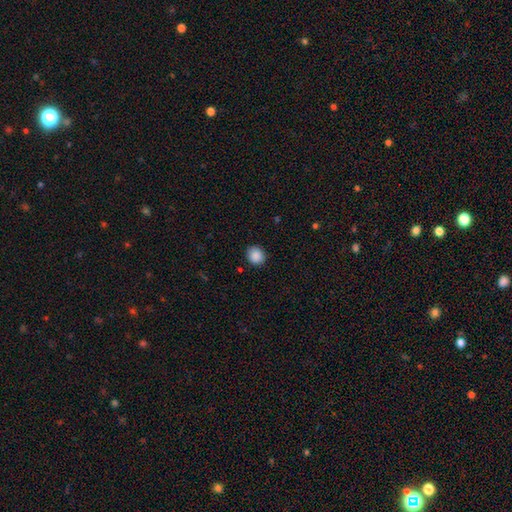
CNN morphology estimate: Q: Smooth or featured?
A: smooth (88%); runner-up: star or artifact (9%)
Q: How rounded?
A: round (77%); runner-up: in between (22%)
Q: Merging?
A: none (89%); runner-up: minor disturbance (8%)